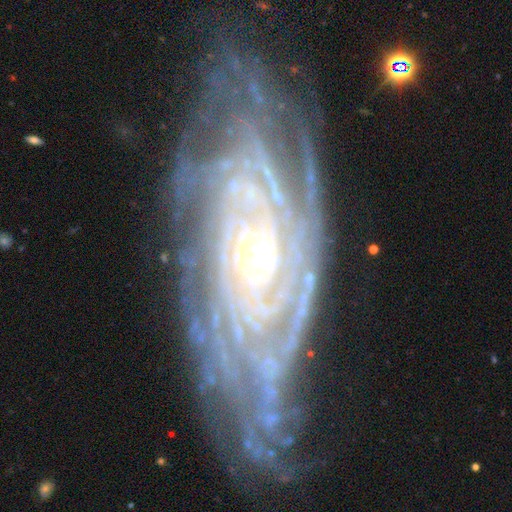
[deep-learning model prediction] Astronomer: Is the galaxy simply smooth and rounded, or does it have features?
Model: featured or disk — 90%.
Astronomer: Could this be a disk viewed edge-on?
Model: no — 91%.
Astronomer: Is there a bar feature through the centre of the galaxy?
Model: no — 70%.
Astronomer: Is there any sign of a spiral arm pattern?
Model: yes — 97%.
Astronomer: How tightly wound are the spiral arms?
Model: tight — 82%.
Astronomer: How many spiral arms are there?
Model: can't tell — 32% (runner-up: more than 4, 23%).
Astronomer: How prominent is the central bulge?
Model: small — 54% (runner-up: moderate, 40%).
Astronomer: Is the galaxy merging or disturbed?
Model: none — 75%.